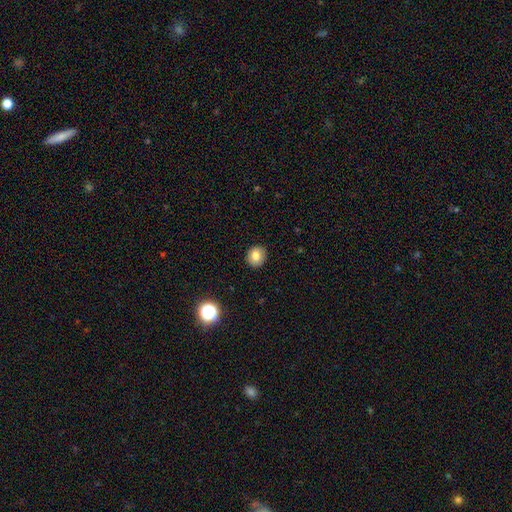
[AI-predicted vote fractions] smooth-or-featured: smooth: 81% | star or artifact: 11% | featured or disk: 9%
  how-rounded: round: 82% | in between: 17% | cigar-shaped: 1%
  merging: none: 91% | minor disturbance: 7% | major disturbance: 2% | merger: 1%